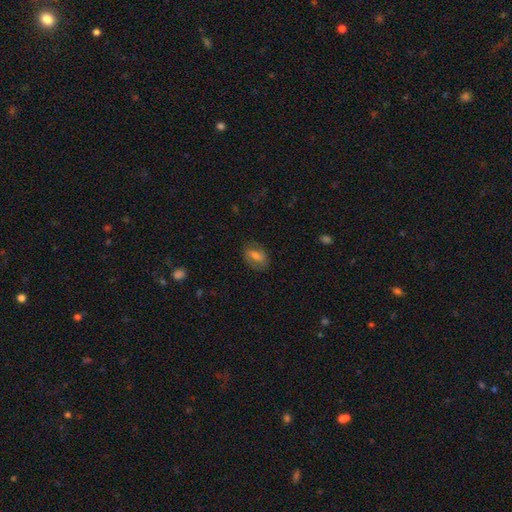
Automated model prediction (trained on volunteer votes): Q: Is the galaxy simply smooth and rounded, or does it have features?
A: smooth — 61%.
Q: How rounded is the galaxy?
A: in between — 82%.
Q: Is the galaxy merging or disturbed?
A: none — 77%.